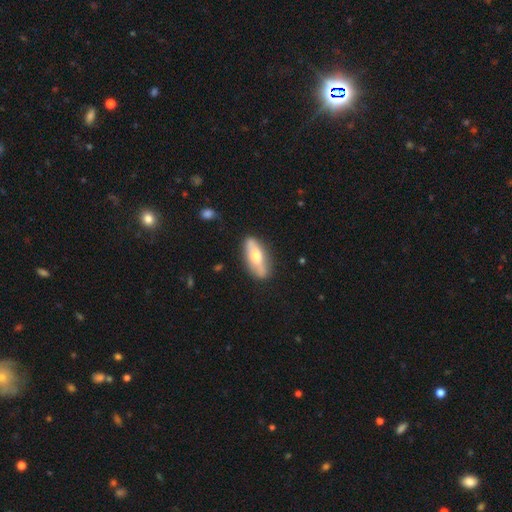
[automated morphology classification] Q: Smooth or featured?
A: smooth (53%); runner-up: featured or disk (41%)
Q: How rounded?
A: in between (63%); runner-up: cigar-shaped (34%)
Q: Merging?
A: none (80%); runner-up: minor disturbance (15%)